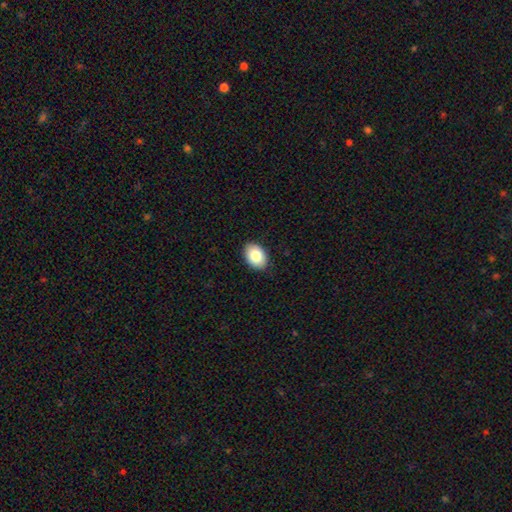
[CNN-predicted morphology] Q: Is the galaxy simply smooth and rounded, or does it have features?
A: smooth — 85%.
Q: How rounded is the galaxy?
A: in between — 85%.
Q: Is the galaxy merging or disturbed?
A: none — 88%.